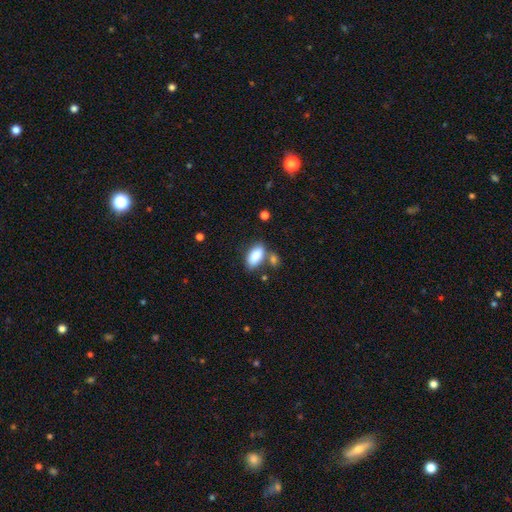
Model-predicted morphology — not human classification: Smooth or featured?
  - smooth: 87% *
  - star or artifact: 7%
  - featured or disk: 6%
How rounded?
  - in between: 90% *
  - cigar-shaped: 7%
  - round: 3%
Merging?
  - none: 62% *
  - merger: 18%
  - minor disturbance: 16%
  - major disturbance: 5%